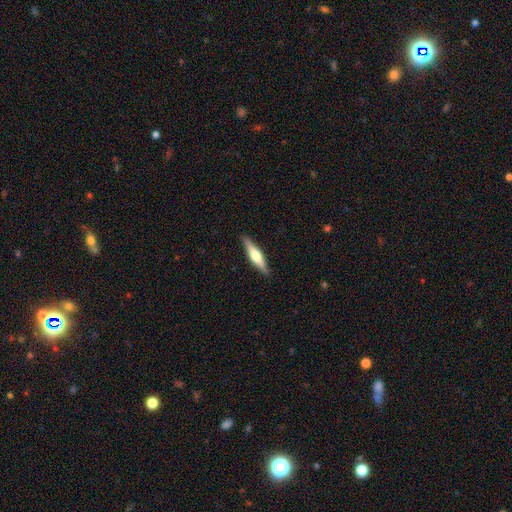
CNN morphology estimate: Smooth or featured: featured or disk — 56% (smooth — 39%)
Edge-on disk: yes — 96% (no — 4%)
Edge-on bulge: rounded — 88% (boxy — 7%)
Merging: none — 90% (minor disturbance — 8%)